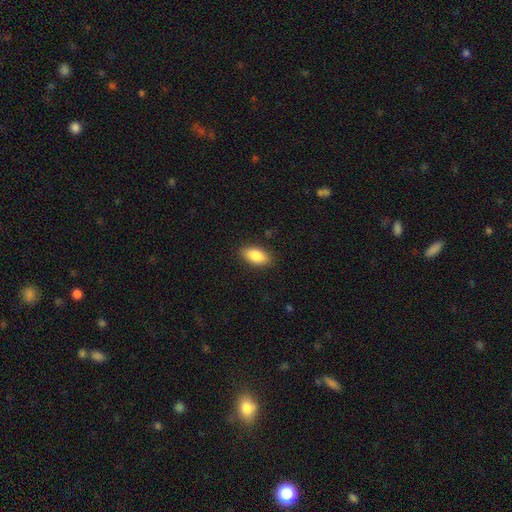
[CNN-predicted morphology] Smooth or featured? smooth (86%)
How rounded? in between (92%)
Merging? none (88%)